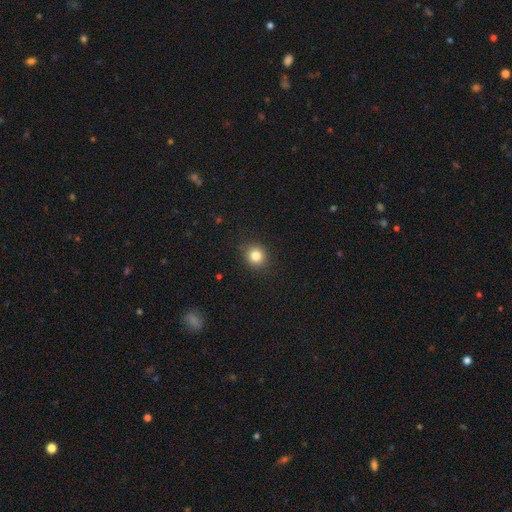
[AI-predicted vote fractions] smooth 83%, star or artifact 11%, featured or disk 6%. Down the decision tree: how rounded — round (84%); merging — none (89%).